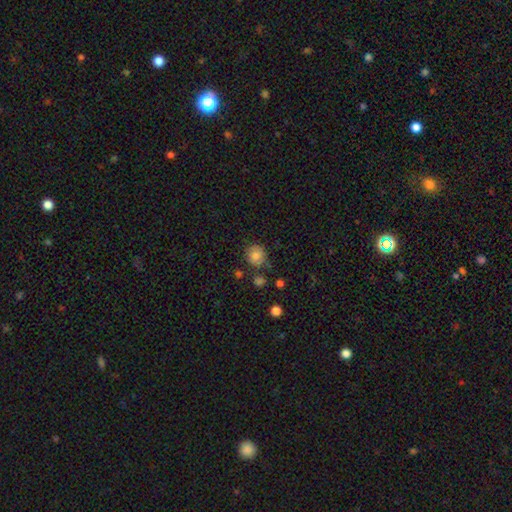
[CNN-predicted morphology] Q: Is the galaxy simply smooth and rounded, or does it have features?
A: smooth — 78%.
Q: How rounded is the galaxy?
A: round — 83%.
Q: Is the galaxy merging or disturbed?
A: none — 69%.